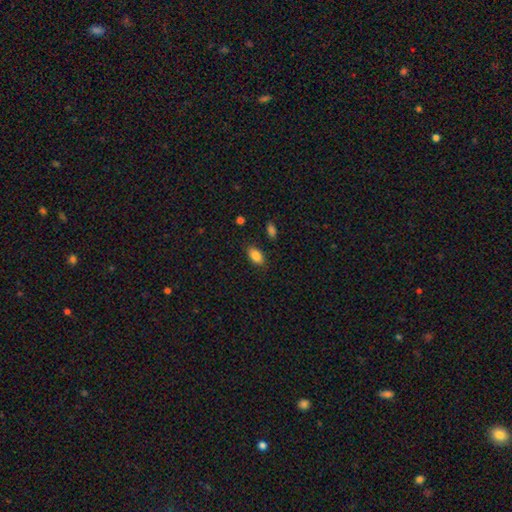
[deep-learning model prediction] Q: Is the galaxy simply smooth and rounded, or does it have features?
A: smooth — 86%.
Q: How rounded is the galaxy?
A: in between — 91%.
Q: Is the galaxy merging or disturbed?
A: none — 85%.